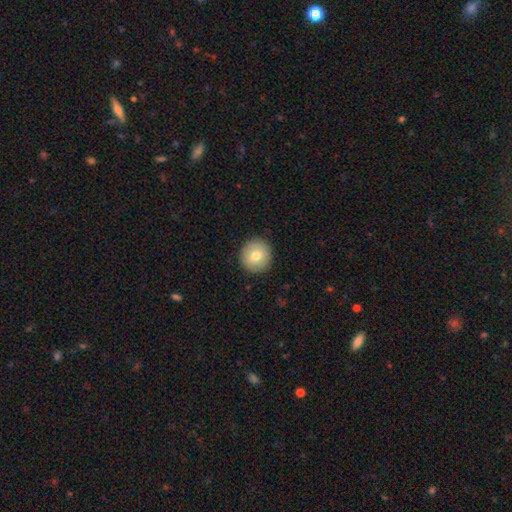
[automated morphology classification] smooth_or_featured: smooth (p=0.76) [alt: featured or disk p=0.16]
how_rounded: round (p=0.93) [alt: in between p=0.06]
merging: none (p=0.91) [alt: minor disturbance p=0.06]